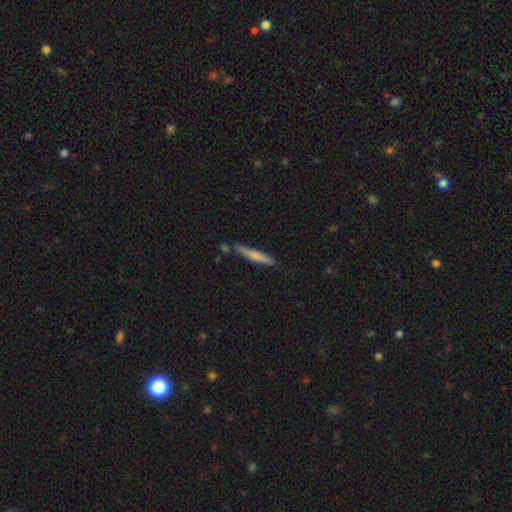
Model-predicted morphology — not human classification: This appears to be a smooth galaxy with no disk features (63%) that is cigar-shaped (93%). Merging: none (75%).